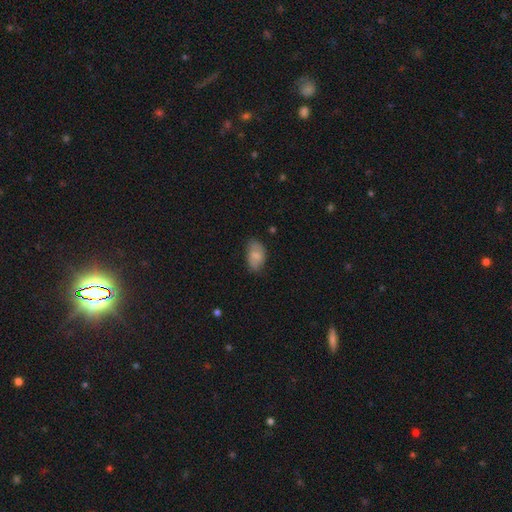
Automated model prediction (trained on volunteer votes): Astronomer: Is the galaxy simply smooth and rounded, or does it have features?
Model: smooth — 74%.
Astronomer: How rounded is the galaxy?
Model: in between — 91%.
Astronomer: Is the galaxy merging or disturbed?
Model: none — 70%.